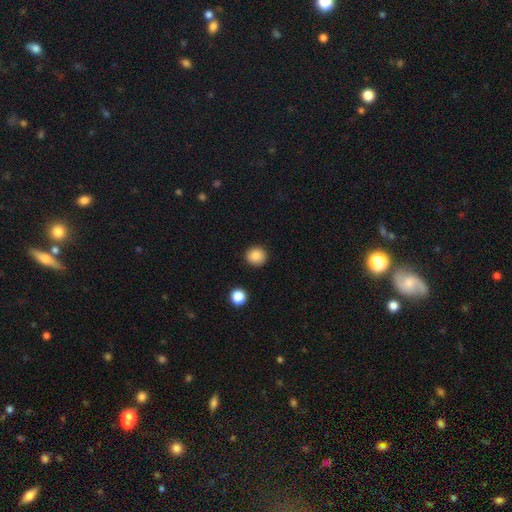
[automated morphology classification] type=smooth (86%); roundness=round (91%); merging=none (90%).